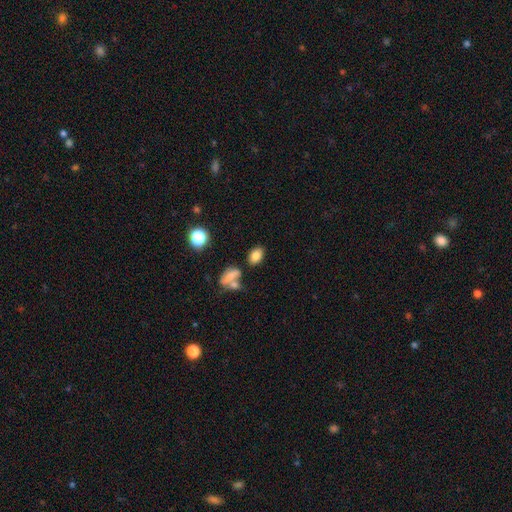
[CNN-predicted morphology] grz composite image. It shows a smooth galaxy with no disk features (80%) that is in between round and cigar-shaped (87%). Merging: none (73%).